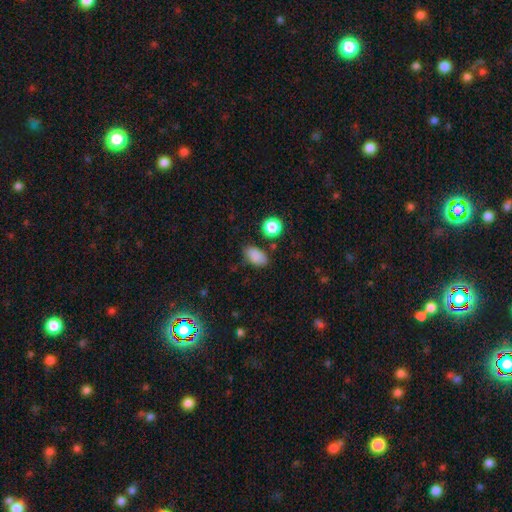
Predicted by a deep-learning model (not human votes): smooth 85%, star or artifact 11%, featured or disk 4%. Down the decision tree: how rounded — in between (89%); merging — none (77%).